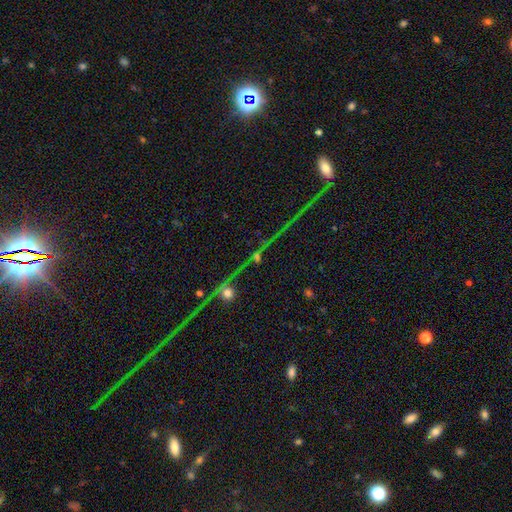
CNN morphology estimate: The model was most divided on "smooth or featured": star or artifact: 69%, featured or disk: 18%, smooth: 13%.